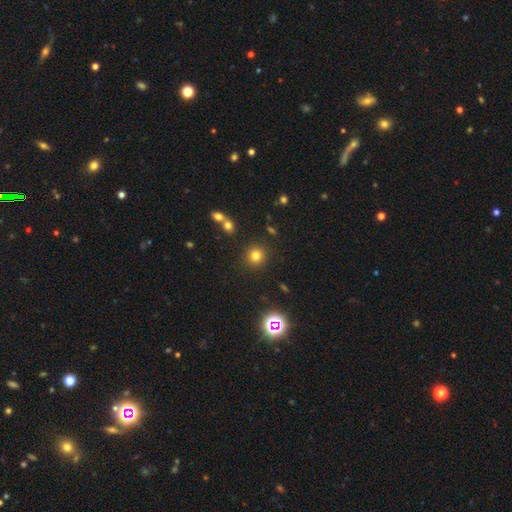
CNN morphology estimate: Smooth or featured: smooth — 74% (star or artifact — 18%)
How rounded: round — 93% (in between — 6%)
Merging: none — 87% (minor disturbance — 6%)